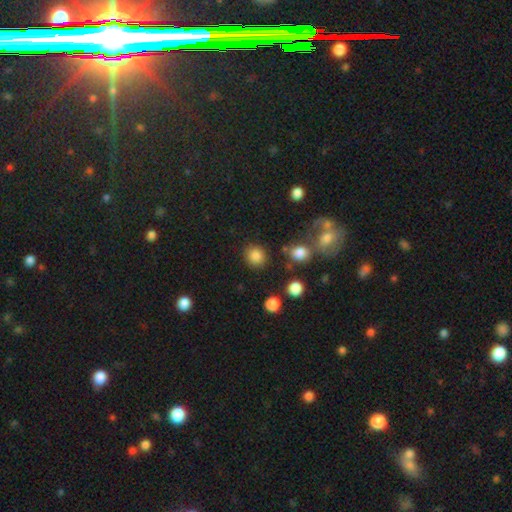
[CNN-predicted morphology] Smooth or featured?
  - smooth: 84% *
  - star or artifact: 10%
  - featured or disk: 5%
How rounded?
  - round: 84% *
  - in between: 15%
  - cigar-shaped: 1%
Merging?
  - none: 85% *
  - minor disturbance: 8%
  - merger: 4%
  - major disturbance: 3%